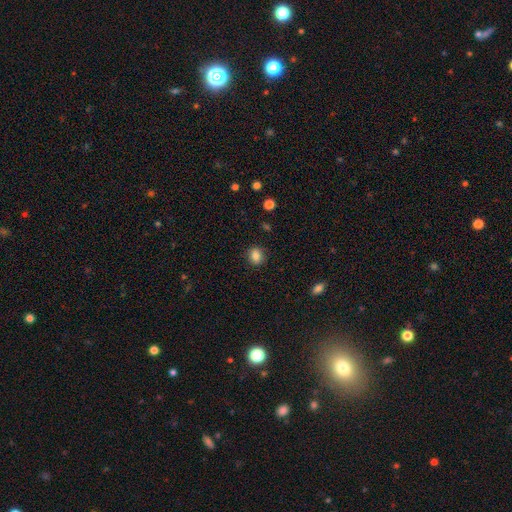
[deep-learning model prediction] smooth_or_featured: smooth (p=0.84) [alt: star or artifact p=0.10]
how_rounded: round (p=0.59) [alt: in between p=0.40]
merging: none (p=0.88) [alt: minor disturbance p=0.09]